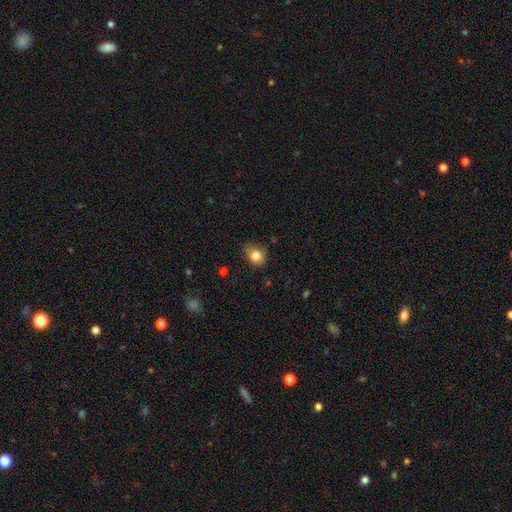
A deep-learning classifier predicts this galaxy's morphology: smooth-or-featured: smooth: 82% | star or artifact: 10% | featured or disk: 8%
  how-rounded: round: 58% | in between: 41% | cigar-shaped: 1%
  merging: none: 63% | minor disturbance: 29% | major disturbance: 6% | merger: 2%